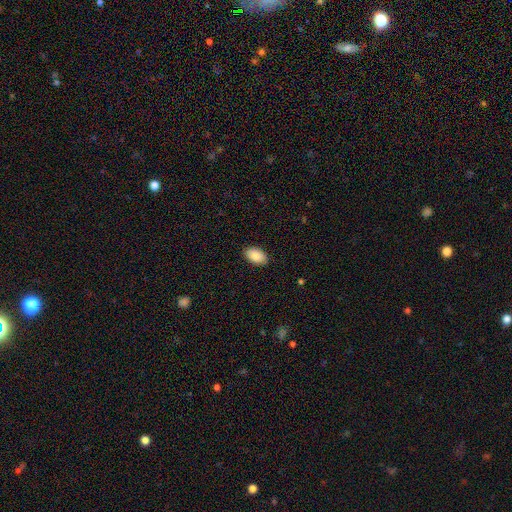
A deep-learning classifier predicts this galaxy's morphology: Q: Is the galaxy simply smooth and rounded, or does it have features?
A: smooth — 88%.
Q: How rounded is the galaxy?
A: in between — 94%.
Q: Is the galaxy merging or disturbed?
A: none — 88%.